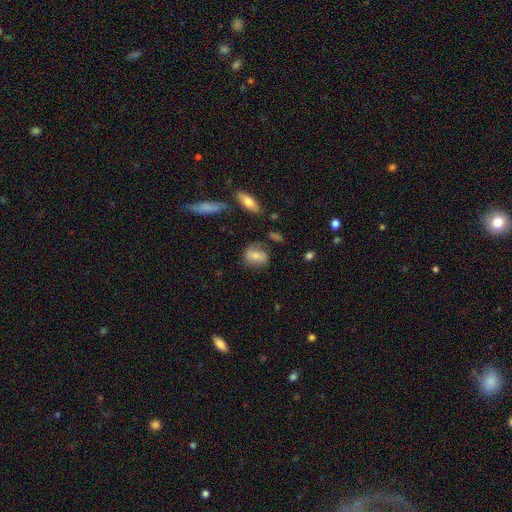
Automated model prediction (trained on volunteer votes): A smooth galaxy with no disk features (62%) that is in between round and cigar-shaped (60%).

Vote fractions:
- Smooth or featured? smooth: 62% / featured or disk: 29% / star or artifact: 8%
- How rounded? in between: 60% / round: 37% / cigar-shaped: 4%
- Merging? none: 62% / minor disturbance: 23% / major disturbance: 10% / merger: 4%